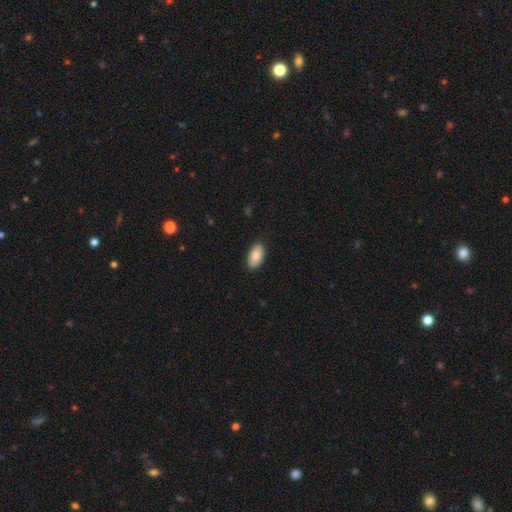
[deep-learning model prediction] Morphology: type=smooth (85%); roundness=in between (94%); merging=none (88%).